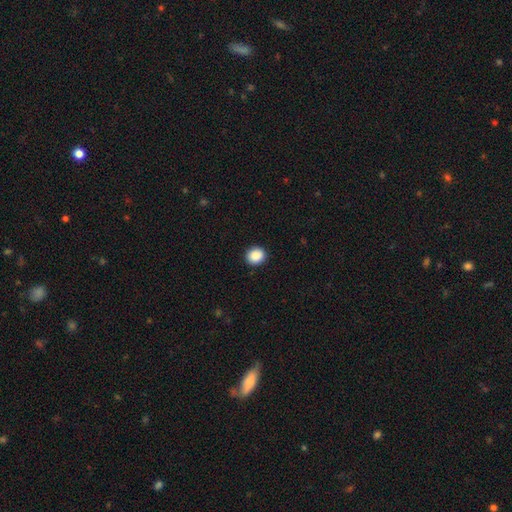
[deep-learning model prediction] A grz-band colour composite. It shows a smooth galaxy with no disk features (89%) that is round (81%). Merging: none (92%).